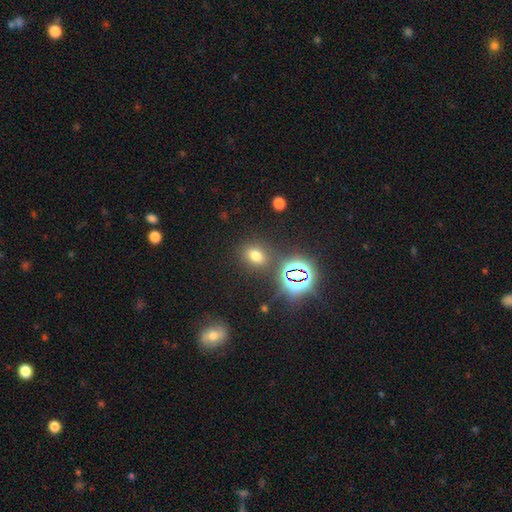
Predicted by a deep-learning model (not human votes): Smooth or featured?
  - smooth: 63% *
  - star or artifact: 29%
  - featured or disk: 8%
How rounded?
  - in between: 56% *
  - round: 42%
  - cigar-shaped: 2%
Merging?
  - none: 81% *
  - minor disturbance: 9%
  - merger: 5%
  - major disturbance: 4%